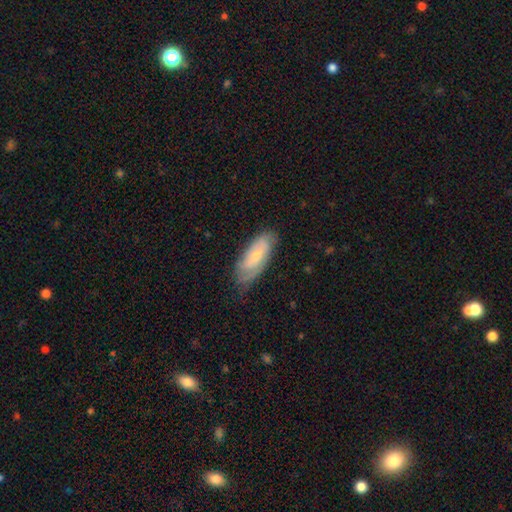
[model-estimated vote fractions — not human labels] Smooth or featured?
  - featured or disk: 51% *
  - smooth: 43%
  - star or artifact: 6%
Edge-on disk?
  - no: 86% *
  - yes: 14%
Merging?
  - none: 67% *
  - minor disturbance: 25%
  - major disturbance: 6%
  - merger: 1%